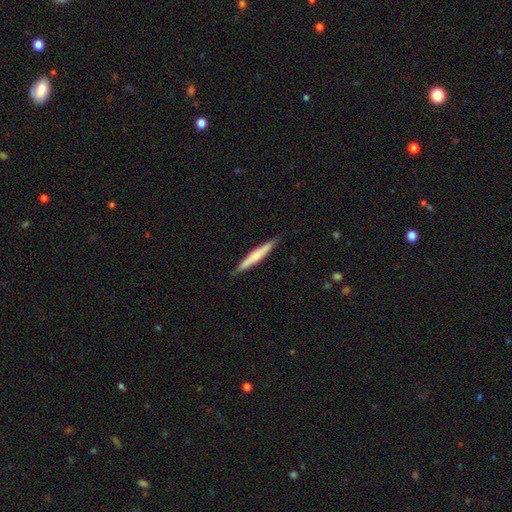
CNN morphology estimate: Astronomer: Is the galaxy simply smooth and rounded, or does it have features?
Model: smooth — 57% (runner-up: featured or disk, 38%).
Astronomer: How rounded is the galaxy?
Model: cigar-shaped — 95%.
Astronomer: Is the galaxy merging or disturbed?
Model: none — 89%.